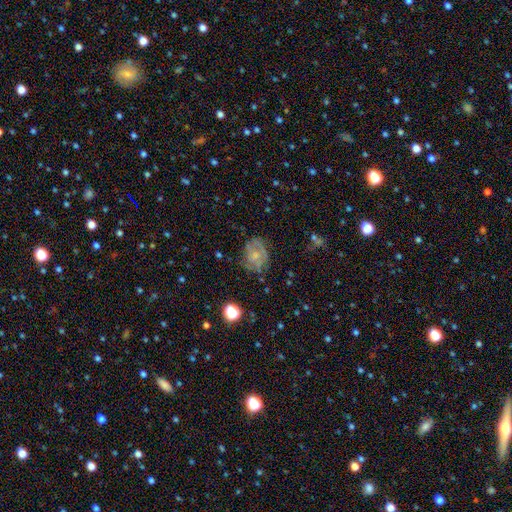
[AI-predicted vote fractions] featured or disk 54%, smooth 33%, star or artifact 13%. Down the decision tree: edge-on disk — no (97%); bar — no (78%); spiral arms — yes (66%); bulge size — small (42%); merging — none (60%).